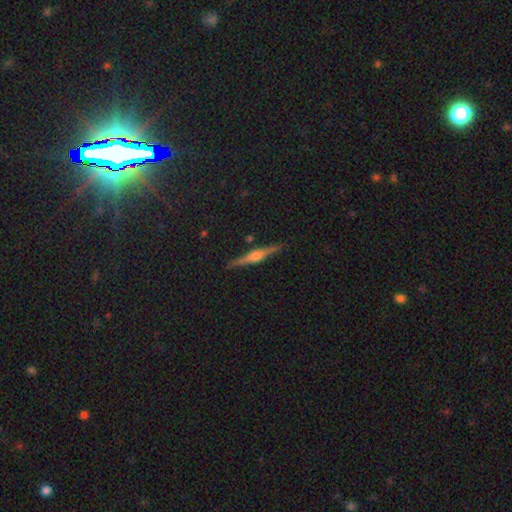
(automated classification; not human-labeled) This is likely a featured or disk galaxy (77%). It is clearly viewed edge-on (98%). Edge-on bulge: likely rounded (72%). Merging: clearly none (90%).